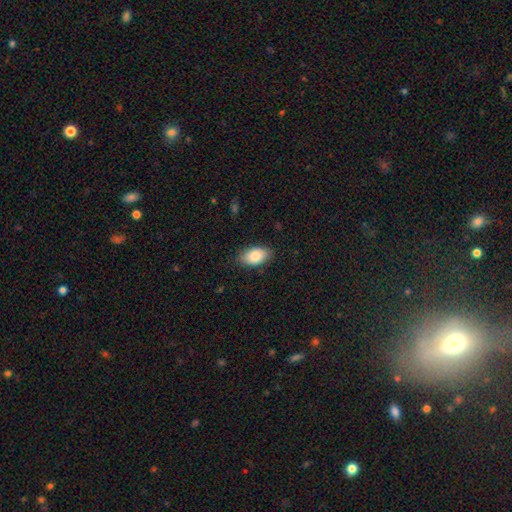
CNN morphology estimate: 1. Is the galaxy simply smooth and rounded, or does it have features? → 85% smooth, 8% featured or disk, 7% star or artifact.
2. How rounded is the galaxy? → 93% in between, 5% round, 2% cigar-shaped.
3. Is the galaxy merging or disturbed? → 85% none, 12% minor disturbance, 3% major disturbance, 1% merger.